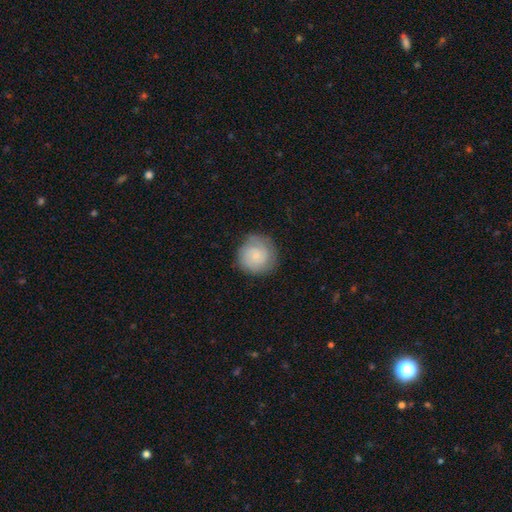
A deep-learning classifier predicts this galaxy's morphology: smooth_or_featured: smooth (p=0.58) [alt: featured or disk p=0.34]
how_rounded: round (p=0.92) [alt: in between p=0.07]
merging: none (p=0.80) [alt: minor disturbance p=0.15]